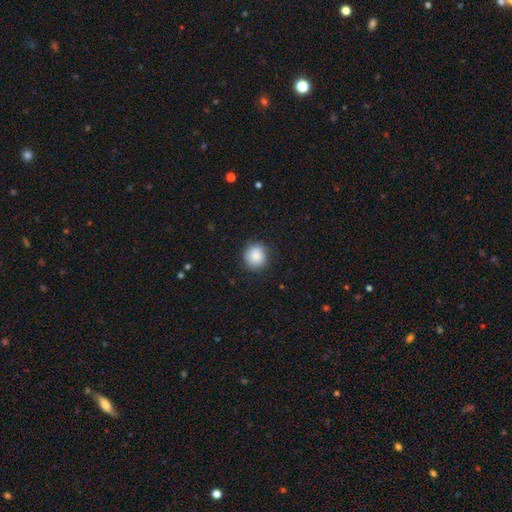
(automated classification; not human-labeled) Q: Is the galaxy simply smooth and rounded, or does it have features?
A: smooth — 88%.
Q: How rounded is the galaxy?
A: round — 91%.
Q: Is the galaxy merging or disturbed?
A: none — 88%.